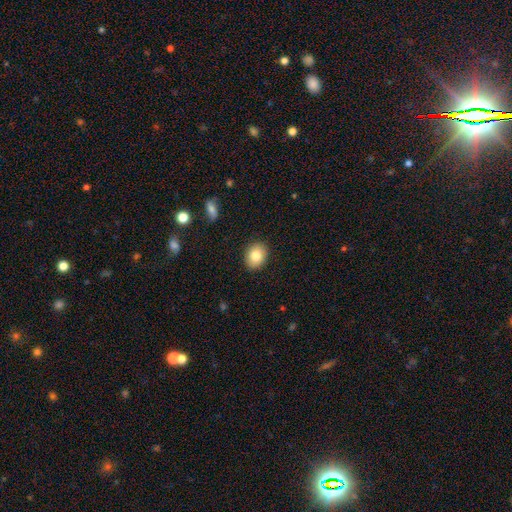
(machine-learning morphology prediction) The model was most divided on "how rounded": in between: 57%, round: 42%, cigar-shaped: 1%. More confident: merging — none (89%); smooth or featured — smooth (83%).